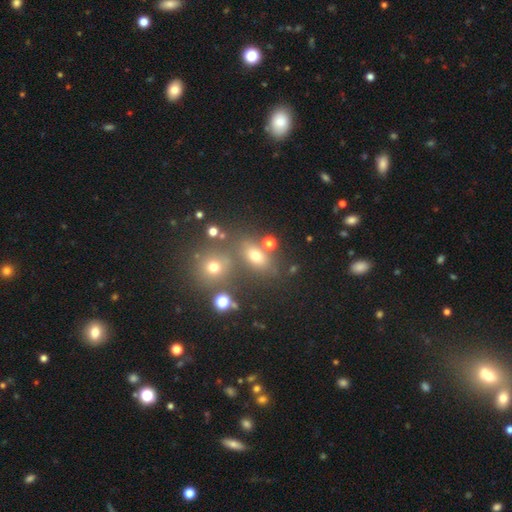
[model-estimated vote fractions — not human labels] Q: Smooth or featured?
A: smooth (67%); runner-up: star or artifact (20%)
Q: How rounded?
A: in between (64%); runner-up: round (31%)
Q: Merging?
A: none (63%); runner-up: merger (19%)